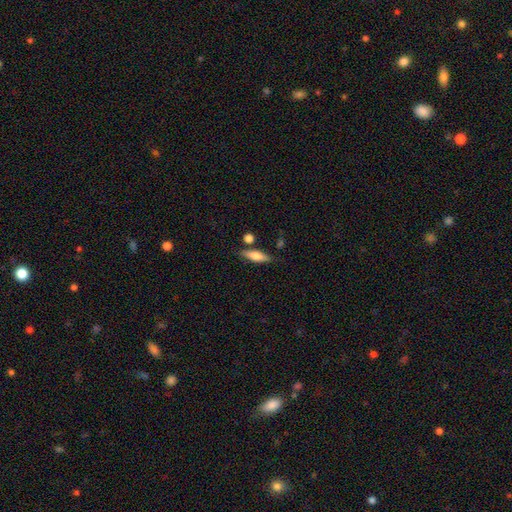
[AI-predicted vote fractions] Morphology: type=smooth (64%); roundness=cigar-shaped (51%); merging=none (75%).